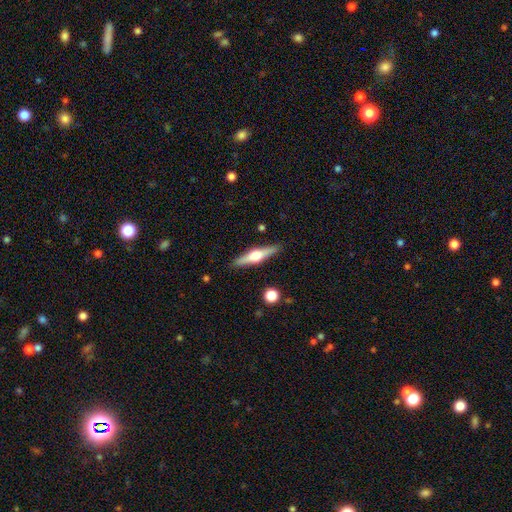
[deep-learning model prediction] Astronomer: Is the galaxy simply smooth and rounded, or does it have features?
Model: featured or disk — 65%.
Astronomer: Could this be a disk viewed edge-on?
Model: yes — 97%.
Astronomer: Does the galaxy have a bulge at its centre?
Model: rounded — 94%.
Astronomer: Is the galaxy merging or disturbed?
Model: none — 89%.